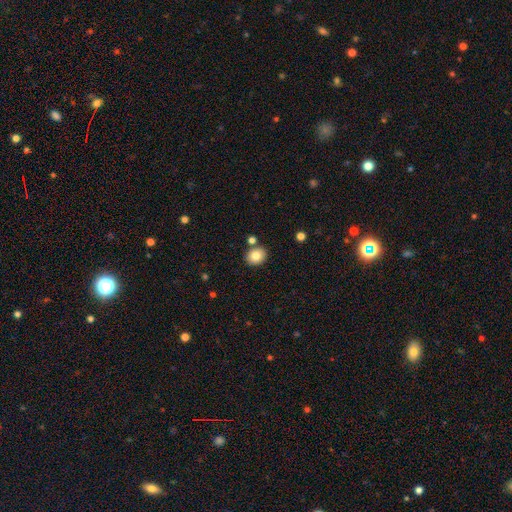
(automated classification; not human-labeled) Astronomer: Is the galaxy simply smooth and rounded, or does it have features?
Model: smooth — 82%.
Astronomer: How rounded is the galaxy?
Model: round — 60% (runner-up: in between, 39%).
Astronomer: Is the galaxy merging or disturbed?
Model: none — 80%.